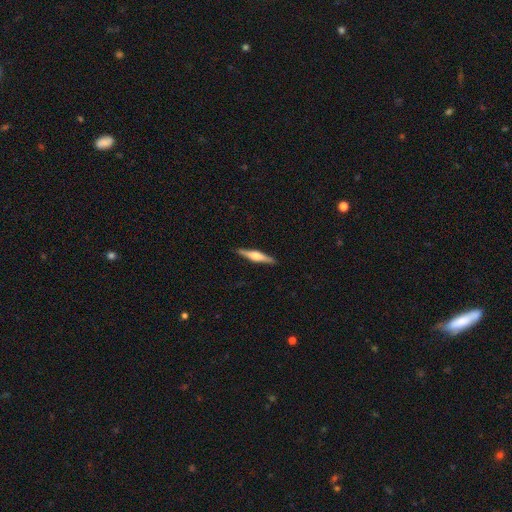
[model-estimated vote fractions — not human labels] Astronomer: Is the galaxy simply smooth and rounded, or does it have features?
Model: featured or disk — 65%.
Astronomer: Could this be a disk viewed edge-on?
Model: yes — 97%.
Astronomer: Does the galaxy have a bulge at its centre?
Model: rounded — 86%.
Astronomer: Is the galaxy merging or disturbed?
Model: none — 91%.